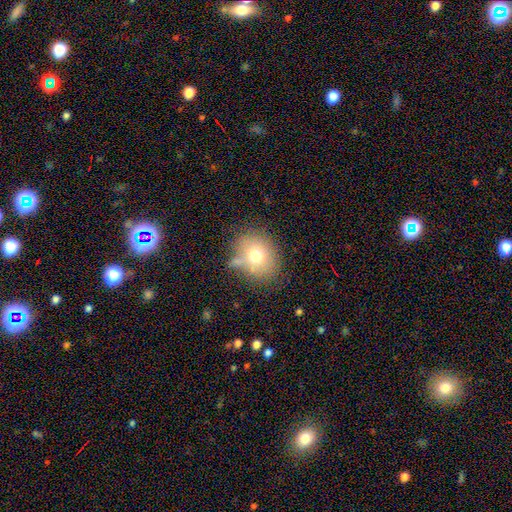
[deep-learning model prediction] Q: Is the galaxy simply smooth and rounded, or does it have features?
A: smooth — 69%.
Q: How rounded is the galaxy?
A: round — 65%.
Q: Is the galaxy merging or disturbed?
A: none — 63%.